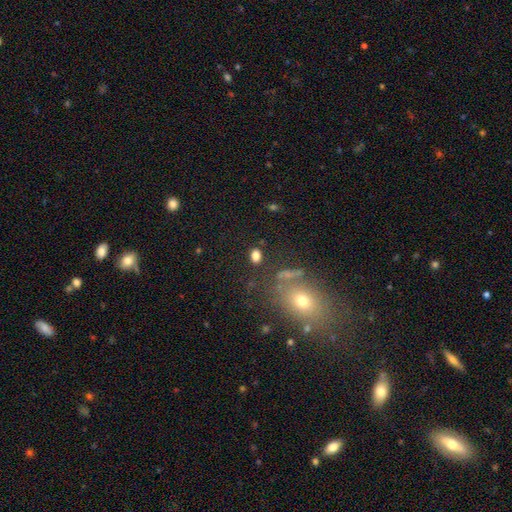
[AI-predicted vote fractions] This appears to be a smooth galaxy with no disk features (79%) that is in between round and cigar-shaped (73%). Merging: none (82%).